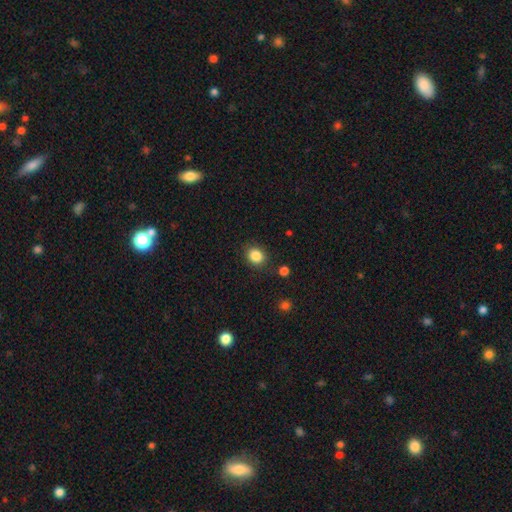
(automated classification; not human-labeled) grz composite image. It shows a smooth galaxy with no disk features (86%) that is round (68%). Merging: none (86%).